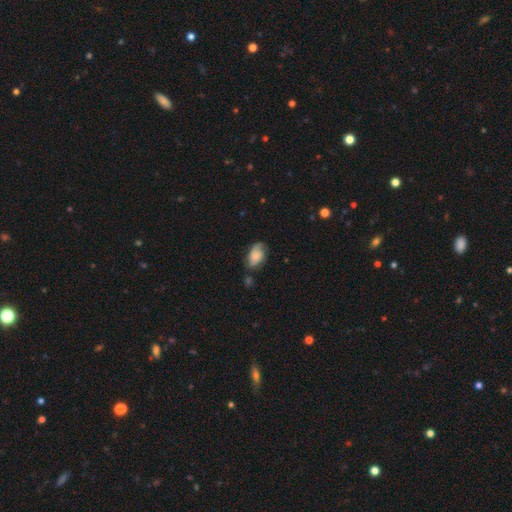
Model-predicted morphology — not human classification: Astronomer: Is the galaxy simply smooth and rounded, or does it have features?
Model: smooth — 50% (runner-up: featured or disk, 41%).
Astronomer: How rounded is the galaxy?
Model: in between — 88%.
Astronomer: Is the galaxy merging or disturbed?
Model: none — 56%.